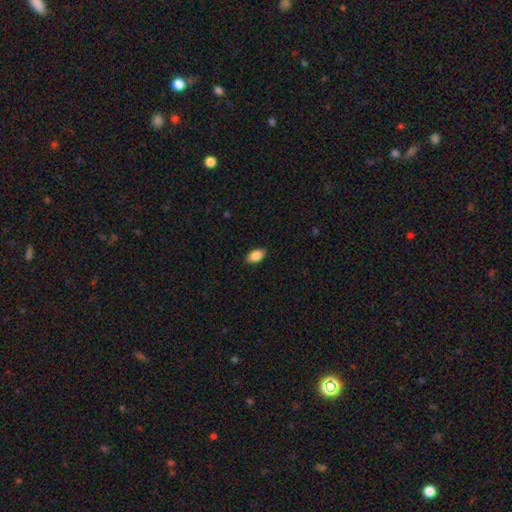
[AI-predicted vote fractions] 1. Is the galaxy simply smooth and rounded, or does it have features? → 86% smooth, 7% featured or disk, 7% star or artifact.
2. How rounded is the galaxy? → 92% in between, 4% round, 4% cigar-shaped.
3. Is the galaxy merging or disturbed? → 88% none, 9% minor disturbance, 2% major disturbance, 1% merger.